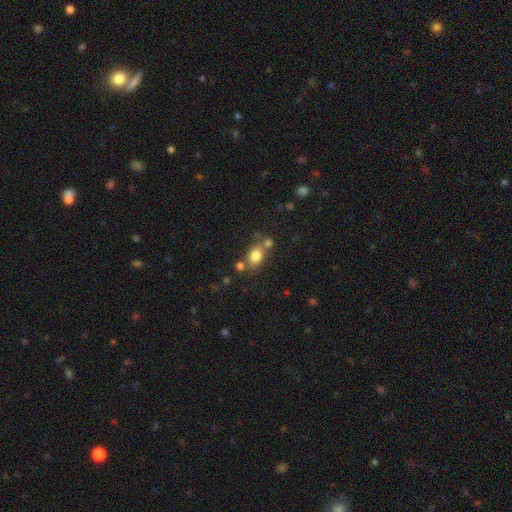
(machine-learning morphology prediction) Smooth or featured: smooth — 80% (star or artifact — 10%)
How rounded: in between — 71% (round — 27%)
Merging: none — 58% (merger — 23%)